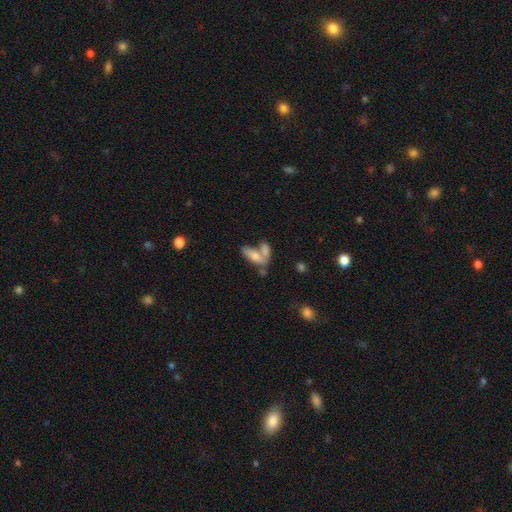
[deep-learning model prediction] Overall: smooth (68%). How rounded: in between (75%). Merging: merger (49%; none 34%).